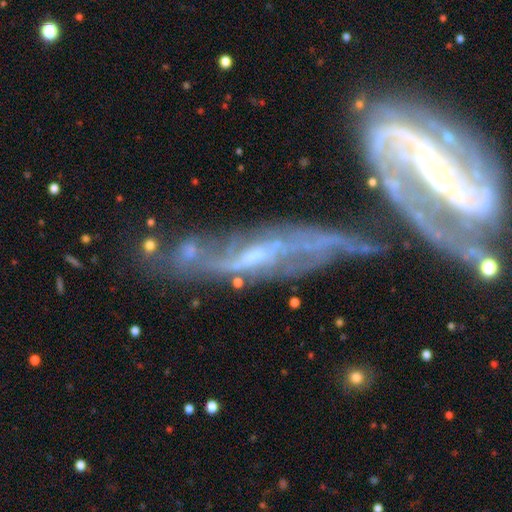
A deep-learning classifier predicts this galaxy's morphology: featured or disk 78%, star or artifact 11%, smooth 11%. Down the decision tree: edge-on disk — no (73%); bar — strong (36%); spiral arms — yes (86%); bulge size — small (62%); merging — none (39%).